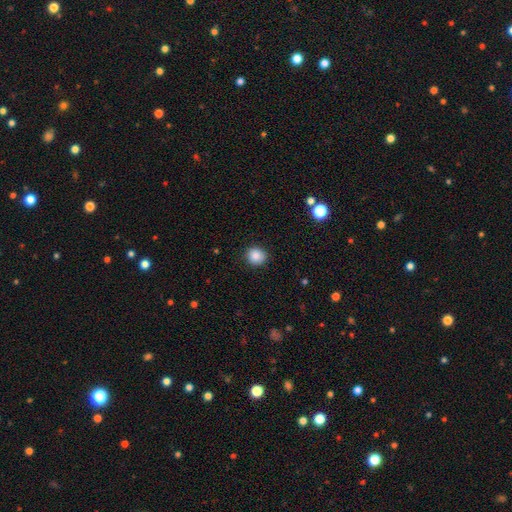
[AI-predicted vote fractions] Overall: smooth (86%). How rounded: round (88%). Merging: none (90%).